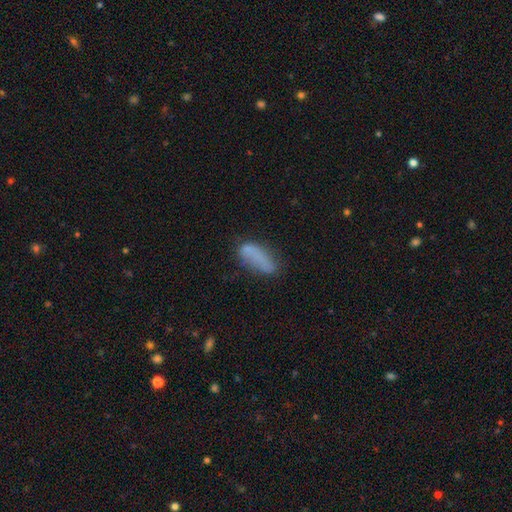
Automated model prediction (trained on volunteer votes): Overall: smooth (71%). How rounded: in between (62%; cigar-shaped 35%). Merging: none (57%; minor disturbance 26%).